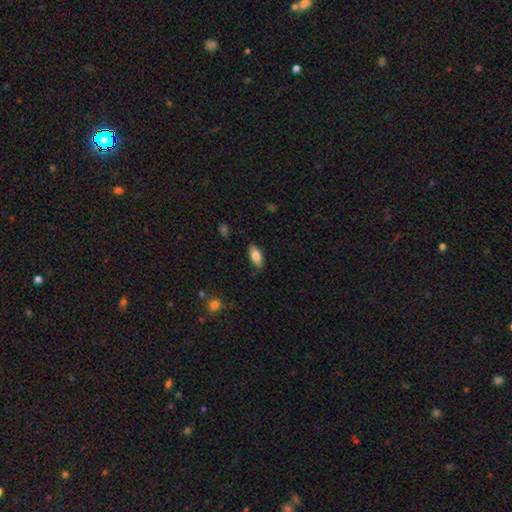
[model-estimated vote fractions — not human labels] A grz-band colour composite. It shows a smooth galaxy with no disk features (81%) that is in between round and cigar-shaped (85%). Merging: none (86%).